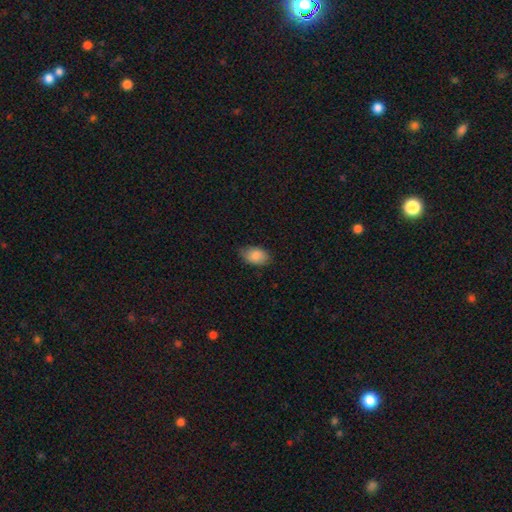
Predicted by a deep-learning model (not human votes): Smooth or featured? Predicted: smooth (p=0.86). How rounded? Predicted: in between (p=0.88). Merging? Predicted: none (p=0.78).